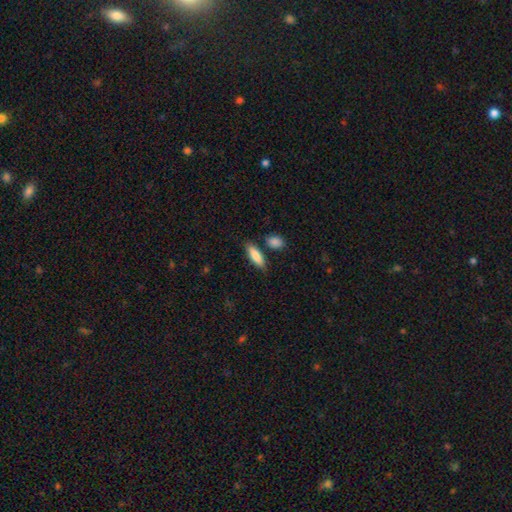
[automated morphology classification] smooth-or-featured: smooth: 84% | featured or disk: 11% | star or artifact: 6%
  how-rounded: in between: 52% | cigar-shaped: 45% | round: 2%
  merging: none: 79% | minor disturbance: 12% | merger: 6% | major disturbance: 3%